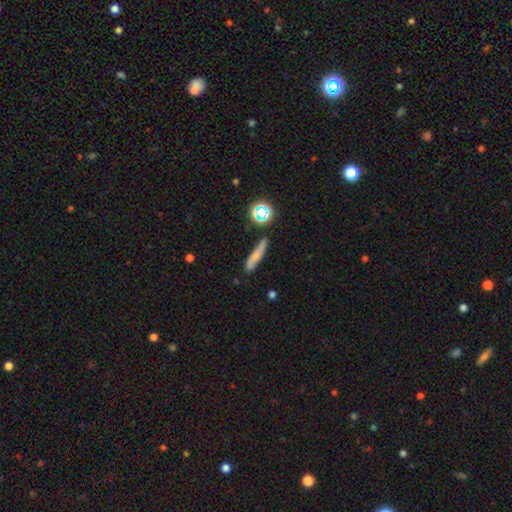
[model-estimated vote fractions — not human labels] smooth 60%, featured or disk 26%, star or artifact 14%. Down the decision tree: how rounded — cigar-shaped (79%); merging — none (71%).